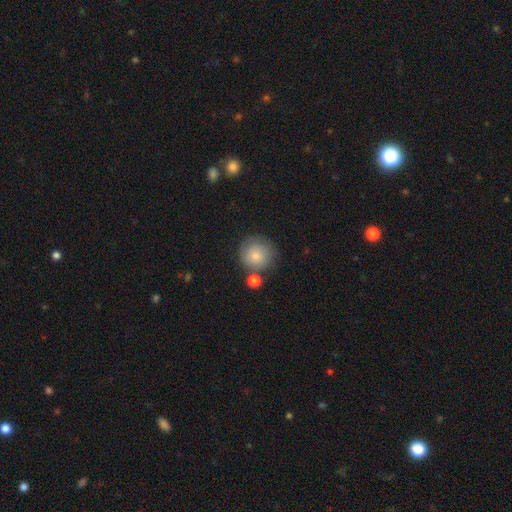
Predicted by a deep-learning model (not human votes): Q: Smooth or featured?
A: smooth (79%); runner-up: featured or disk (13%)
Q: How rounded?
A: round (93%); runner-up: in between (6%)
Q: Merging?
A: none (68%); runner-up: minor disturbance (15%)